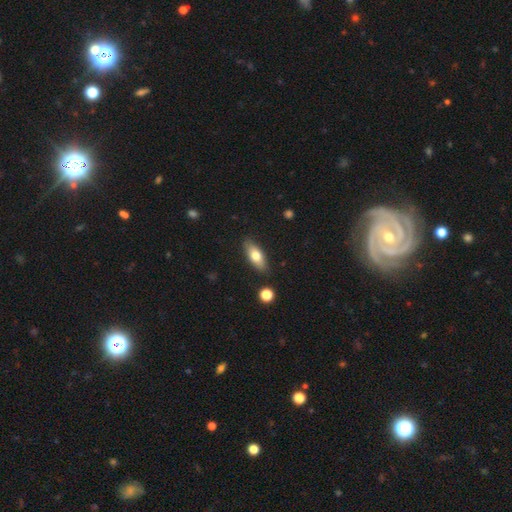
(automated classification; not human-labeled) smooth-or-featured: smooth: 70% | featured or disk: 23% | star or artifact: 7%
  how-rounded: in between: 76% | cigar-shaped: 20% | round: 3%
  merging: none: 85% | minor disturbance: 10% | major disturbance: 2% | merger: 2%